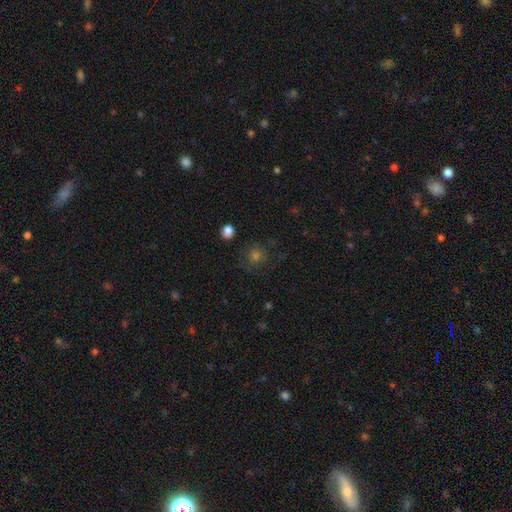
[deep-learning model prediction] Smooth or featured?
  - smooth: 59% *
  - star or artifact: 28%
  - featured or disk: 13%
How rounded?
  - round: 91% *
  - in between: 8%
  - cigar-shaped: 1%
Merging?
  - none: 80% *
  - minor disturbance: 12%
  - major disturbance: 6%
  - merger: 2%